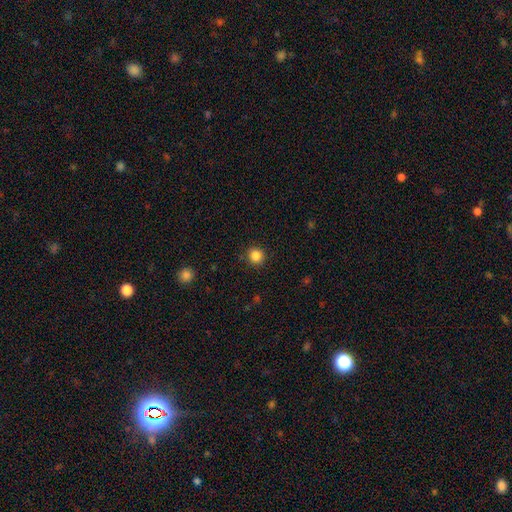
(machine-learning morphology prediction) smooth 85%, star or artifact 11%, featured or disk 4%. Down the decision tree: how rounded — round (92%); merging — none (90%).